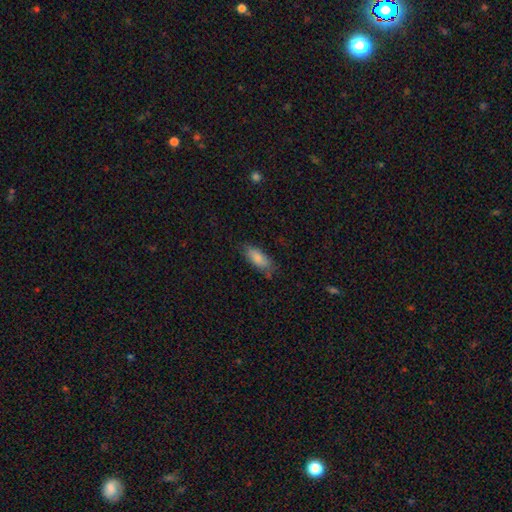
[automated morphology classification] Smooth or featured?
  - smooth: 79% *
  - featured or disk: 13%
  - star or artifact: 8%
How rounded?
  - in between: 71% *
  - cigar-shaped: 27%
  - round: 2%
Merging?
  - none: 76% *
  - minor disturbance: 18%
  - major disturbance: 4%
  - merger: 2%